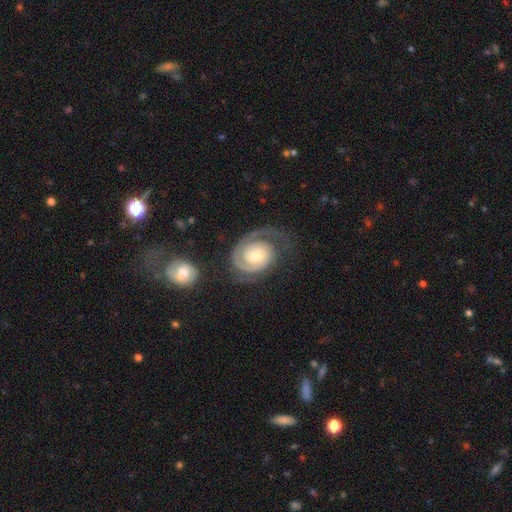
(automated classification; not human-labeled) smooth_or_featured: featured or disk (p=0.87) [alt: smooth p=0.08]
disk_edge_on: no (p=0.98) [alt: yes p=0.02]
bar: no (p=0.74) [alt: weak p=0.21]
has_spiral_arms: yes (p=0.97) [alt: no p=0.03]
spiral_winding: tight (p=0.69) [alt: medium p=0.24]
spiral_arm_count: 1 (p=0.46) [alt: 2 p=0.41]
bulge_size: moderate (p=0.64) [alt: small p=0.28]
merging: none (p=0.62) [alt: major disturbance p=0.18]